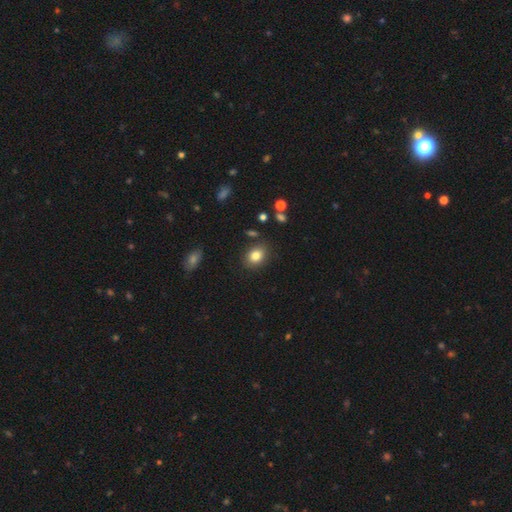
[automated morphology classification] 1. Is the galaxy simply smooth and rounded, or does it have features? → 83% smooth, 10% star or artifact, 7% featured or disk.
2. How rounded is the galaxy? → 58% in between, 41% round, 1% cigar-shaped.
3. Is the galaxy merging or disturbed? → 84% none, 10% minor disturbance, 3% major disturbance, 3% merger.